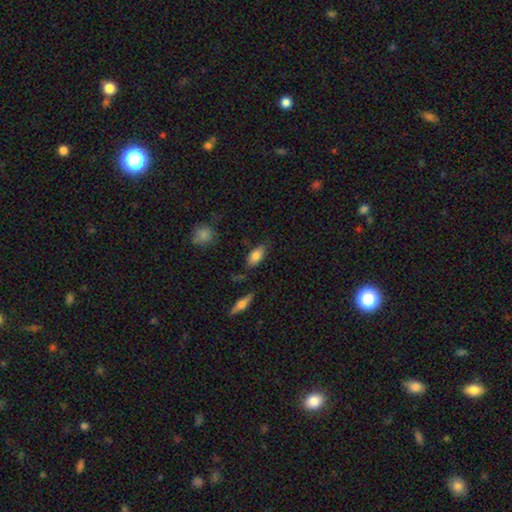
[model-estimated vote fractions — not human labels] Q: Smooth or featured?
A: smooth (79%); runner-up: featured or disk (14%)
Q: How rounded?
A: in between (86%); runner-up: cigar-shaped (10%)
Q: Merging?
A: none (78%); runner-up: minor disturbance (15%)